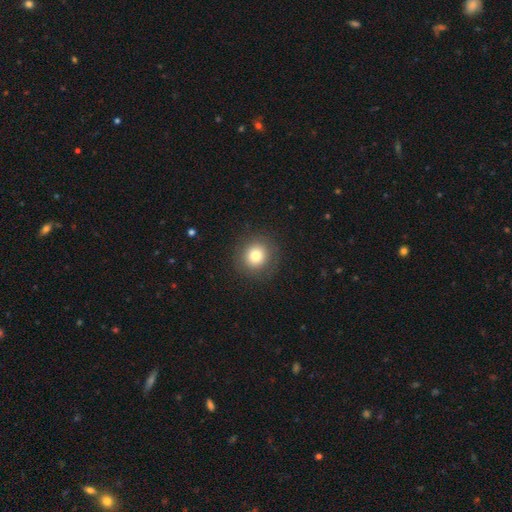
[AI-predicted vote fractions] smooth 78%, star or artifact 11%, featured or disk 11%. Down the decision tree: how rounded — round (91%); merging — none (89%).